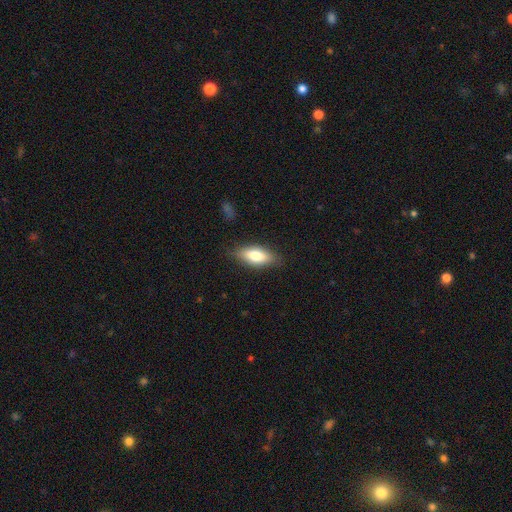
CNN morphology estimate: Smooth or featured: smooth — 75% (featured or disk — 19%)
How rounded: in between — 78% (cigar-shaped — 19%)
Merging: none — 83% (minor disturbance — 13%)